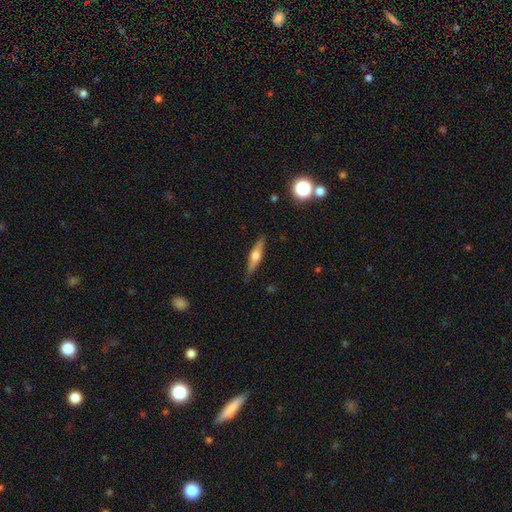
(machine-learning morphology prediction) Smooth or featured? Predicted: featured or disk (p=0.57). Edge-on disk? Predicted: yes (p=0.94). Edge-on bulge? Predicted: rounded (p=0.92). Merging? Predicted: none (p=0.86).